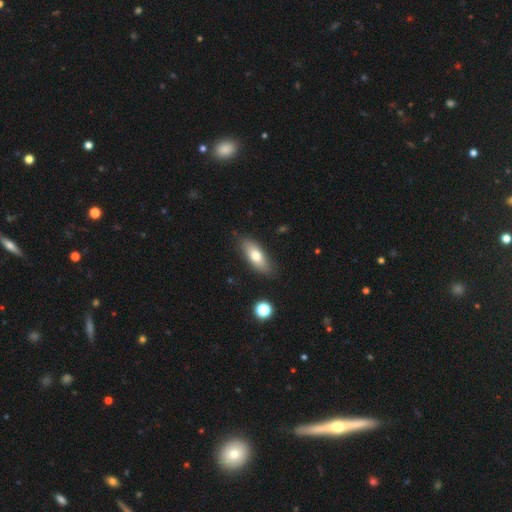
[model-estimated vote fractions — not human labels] Q: Smooth or featured?
A: smooth (72%); runner-up: featured or disk (21%)
Q: How rounded?
A: in between (72%); runner-up: cigar-shaped (25%)
Q: Merging?
A: none (83%); runner-up: minor disturbance (13%)